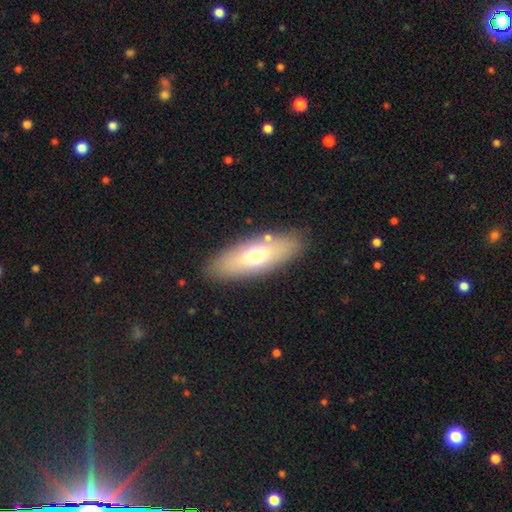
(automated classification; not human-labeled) Smooth or featured? smooth (61%)
How rounded? in between (67%)
Merging? none (85%)